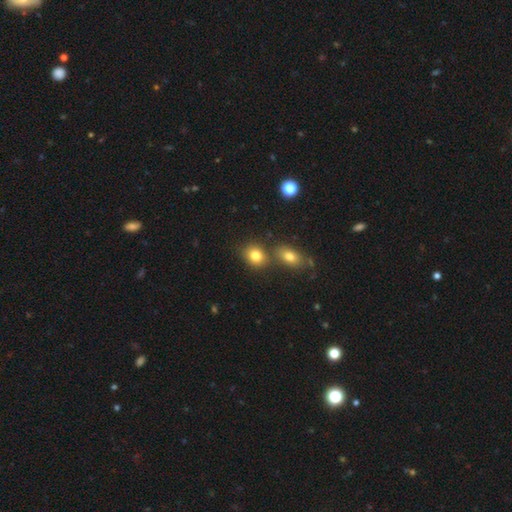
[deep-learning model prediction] A smooth galaxy with no disk features (81%) that is round (56%).

Vote fractions:
- Smooth or featured? smooth: 81% / star or artifact: 11% / featured or disk: 8%
- How rounded? round: 56% / in between: 43% / cigar-shaped: 1%
- Merging? none: 65% / merger: 22% / minor disturbance: 10% / major disturbance: 3%